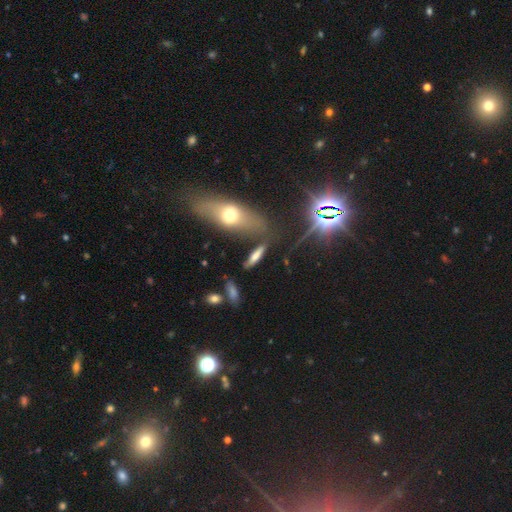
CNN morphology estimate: Q: Smooth or featured?
A: smooth (58%); runner-up: featured or disk (26%)
Q: How rounded?
A: cigar-shaped (68%); runner-up: in between (27%)
Q: Merging?
A: none (68%); runner-up: minor disturbance (15%)